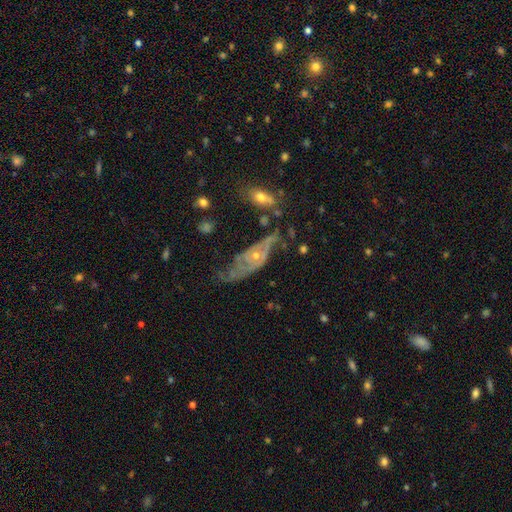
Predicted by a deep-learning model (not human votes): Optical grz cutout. It shows a featured or disk galaxy (75%) with no bar (77%), spiral arms (77%) and a small central bulge (67%). Merging: none (39%).